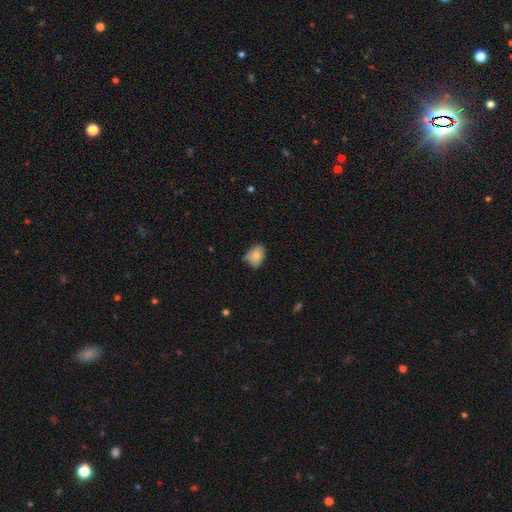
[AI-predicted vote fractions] smooth 82%, featured or disk 10%, star or artifact 8%. Down the decision tree: how rounded — in between (77%); merging — none (56%).